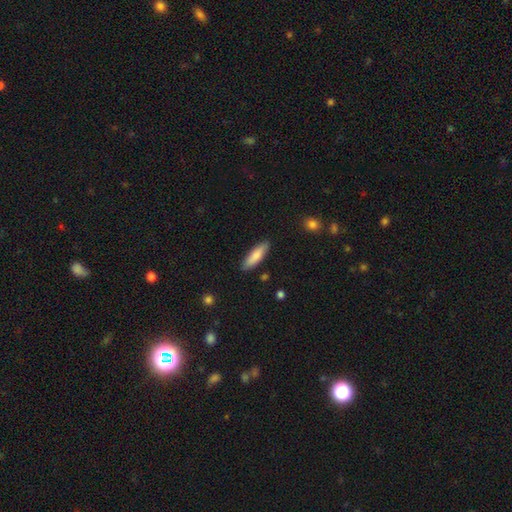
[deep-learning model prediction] A smooth galaxy with no disk features (81%) that is cigar-shaped (59%). Merging: none (87%).